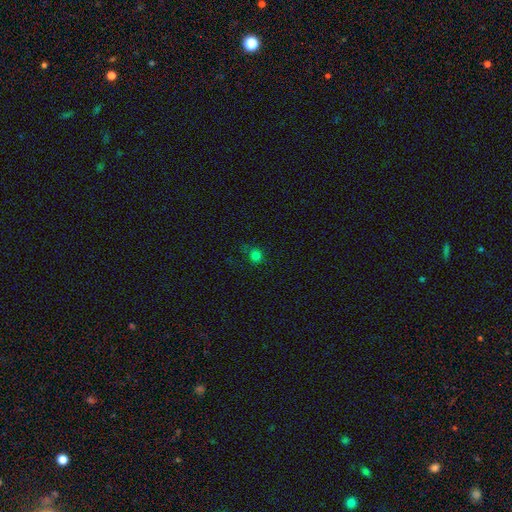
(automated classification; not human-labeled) This appears to be a smooth galaxy with no disk features (74%) that is round (88%). Merging: none (72%).